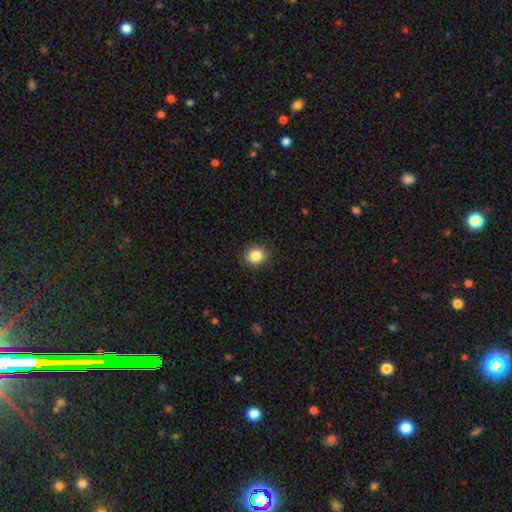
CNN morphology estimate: This appears to be a smooth galaxy with no disk features (85%) that is round (82%). Merging: none (92%).